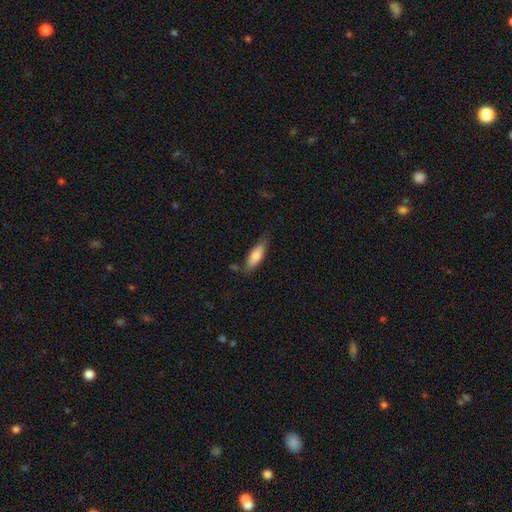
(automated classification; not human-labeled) This is likely a smooth galaxy (74%). How rounded: possibly in between (54%). Merging: likely none (74%).